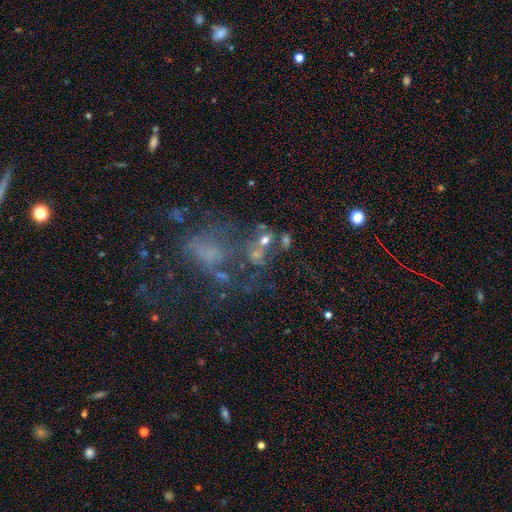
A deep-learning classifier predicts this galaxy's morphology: This is marginally a smooth galaxy (36%). Merging: marginally none (33%).